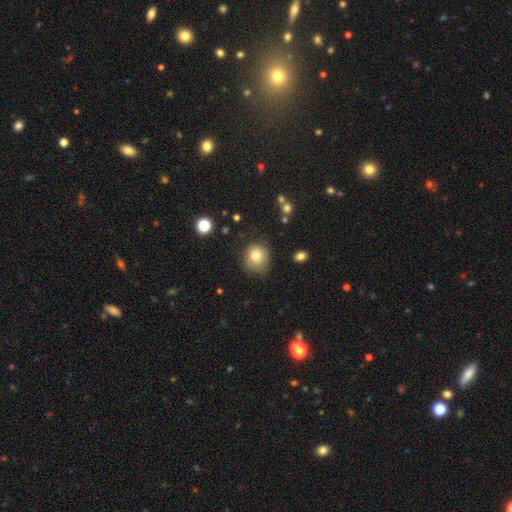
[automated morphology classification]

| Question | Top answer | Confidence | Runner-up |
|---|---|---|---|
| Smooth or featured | smooth | 80% | star or artifact (10%) |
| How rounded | round | 82% | in between (17%) |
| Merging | none | 69% | minor disturbance (23%) |